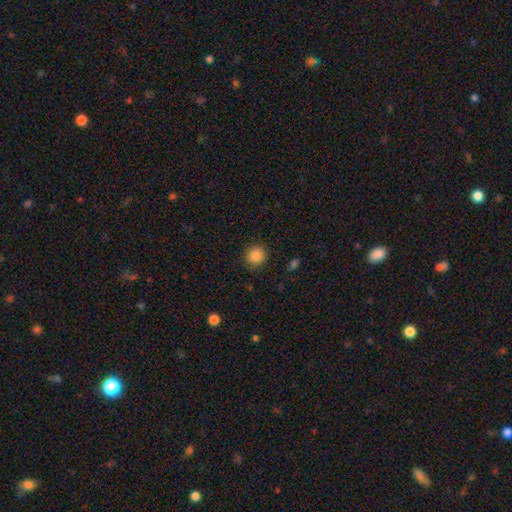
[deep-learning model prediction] Smooth or featured: smooth — 87% (star or artifact — 10%)
How rounded: round — 86% (in between — 13%)
Merging: none — 87% (minor disturbance — 9%)